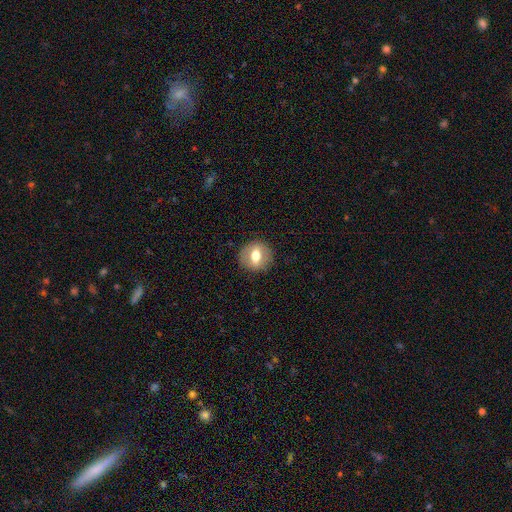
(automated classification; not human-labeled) smooth 57%, featured or disk 34%, star or artifact 8%. Down the decision tree: how rounded — round (75%); merging — none (87%).